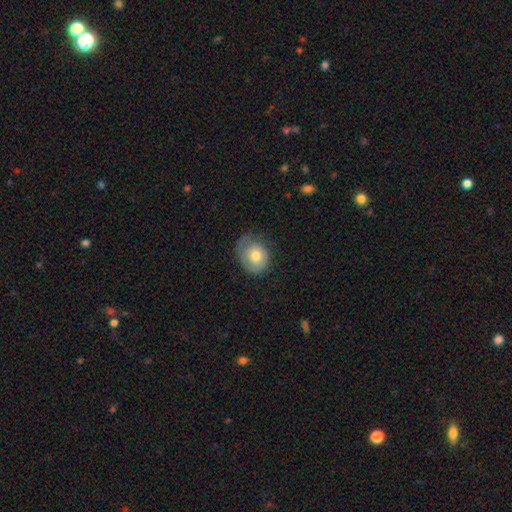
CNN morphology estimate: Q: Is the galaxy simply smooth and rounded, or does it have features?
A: smooth — 66%.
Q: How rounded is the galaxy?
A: round — 65%.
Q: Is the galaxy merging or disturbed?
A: none — 50%.